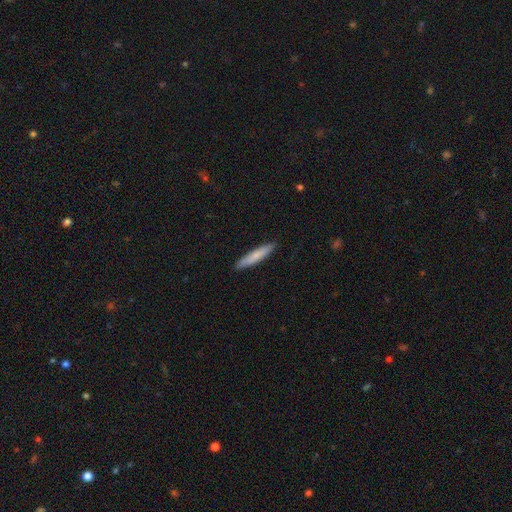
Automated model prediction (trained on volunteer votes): Morphology: type=smooth (74%); roundness=cigar-shaped (91%); merging=none (90%).